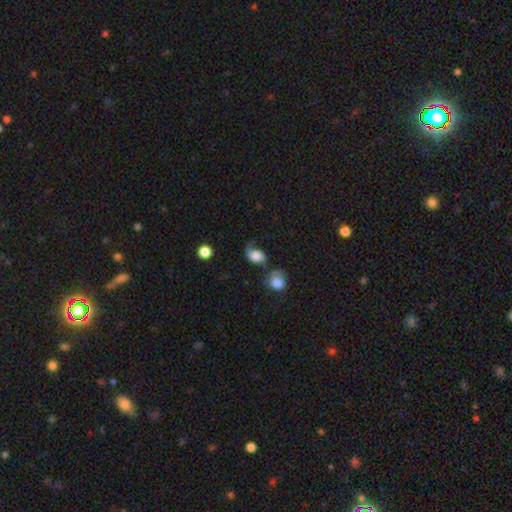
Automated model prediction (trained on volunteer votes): Smooth or featured: smooth — 54% (featured or disk — 35%)
How rounded: in between — 72% (round — 26%)
Merging: none — 37% (minor disturbance — 24%)